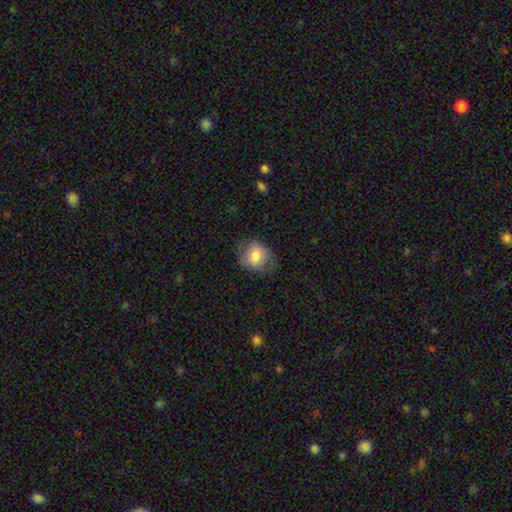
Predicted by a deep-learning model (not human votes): This appears to be a smooth galaxy with no disk features (76%) that is round (61%). Merging: none (67%).